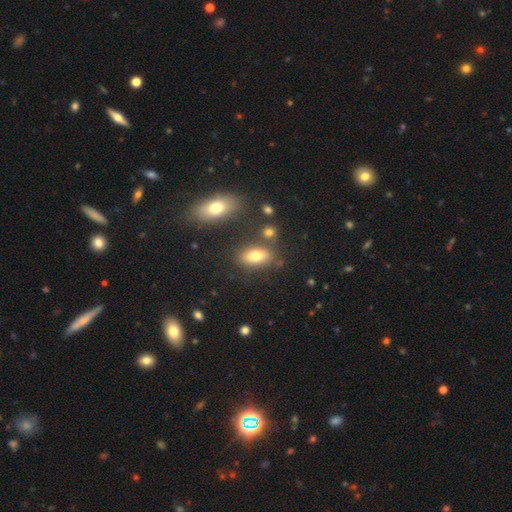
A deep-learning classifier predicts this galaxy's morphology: Smooth or featured: smooth — 75% (featured or disk — 15%)
How rounded: in between — 85% (round — 9%)
Merging: none — 74% (minor disturbance — 12%)